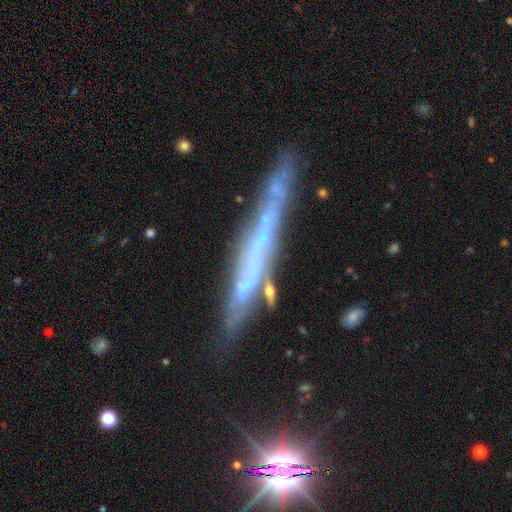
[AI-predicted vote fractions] The model was most divided on "smooth or featured": featured or disk: 65%, smooth: 24%, star or artifact: 12%. More confident: edge-on disk — yes (89%); edge-on bulge — none (79%); merging — none (77%).